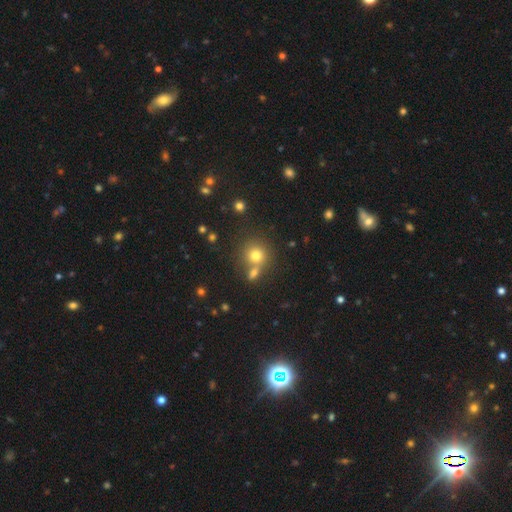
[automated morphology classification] Smooth or featured? Predicted: smooth (p=0.75). How rounded? Predicted: round (p=0.87). Merging? Predicted: none (p=0.56).